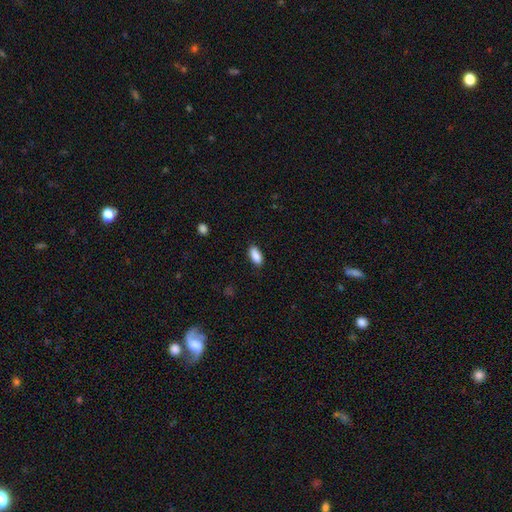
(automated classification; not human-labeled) A smooth galaxy with no disk features (89%) that is in between round and cigar-shaped (87%).

Vote fractions:
- Smooth or featured? smooth: 89% / star or artifact: 7% / featured or disk: 4%
- How rounded? in between: 87% / cigar-shaped: 11% / round: 2%
- Merging? none: 86% / minor disturbance: 11% / major disturbance: 2% / merger: 1%